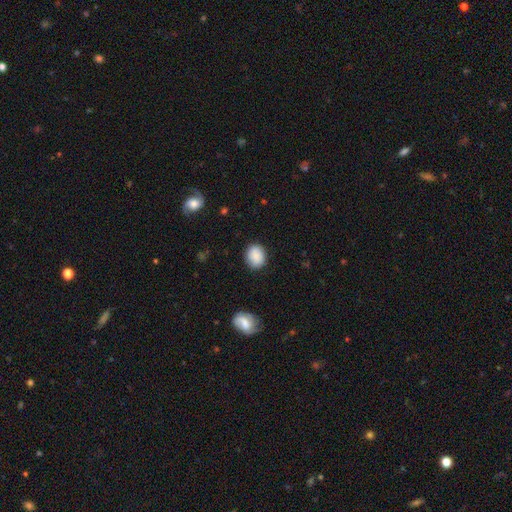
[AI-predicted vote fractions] Overall: smooth (86%). How rounded: round (61%; in between 38%). Merging: none (81%).